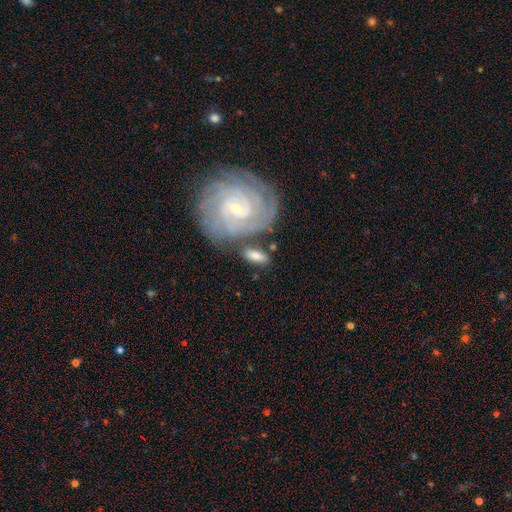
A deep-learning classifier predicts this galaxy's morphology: Q: Smooth or featured?
A: smooth (56%); runner-up: featured or disk (39%)
Q: How rounded?
A: in between (78%); runner-up: cigar-shaped (17%)
Q: Merging?
A: none (66%); runner-up: minor disturbance (16%)